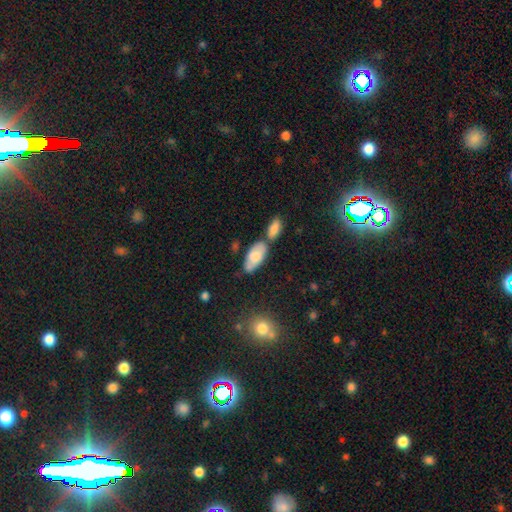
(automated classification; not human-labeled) Smooth or featured? smooth (72%)
How rounded? in between (90%)
Merging? none (53%)